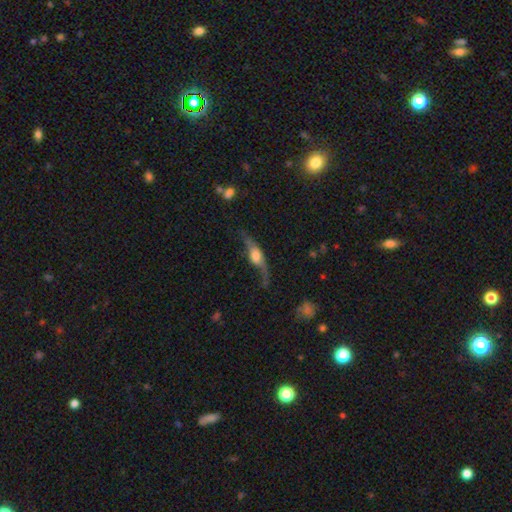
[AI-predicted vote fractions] Morphology: type=featured or disk (67%); edge-on=yes (69%); merging=none (50%).